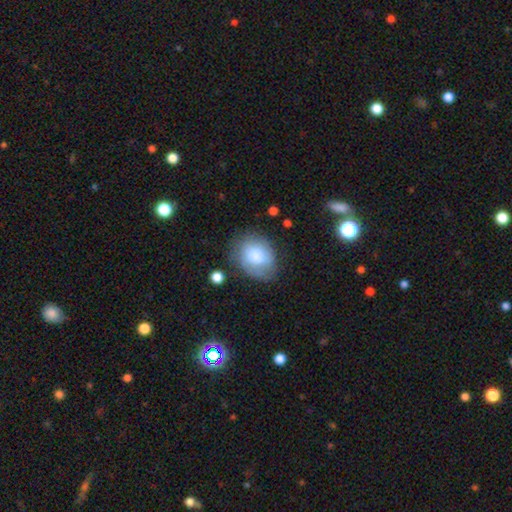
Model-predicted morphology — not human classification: Overall: smooth (72%). How rounded: in between (55%; round 44%). Merging: none (61%; minor disturbance 25%).